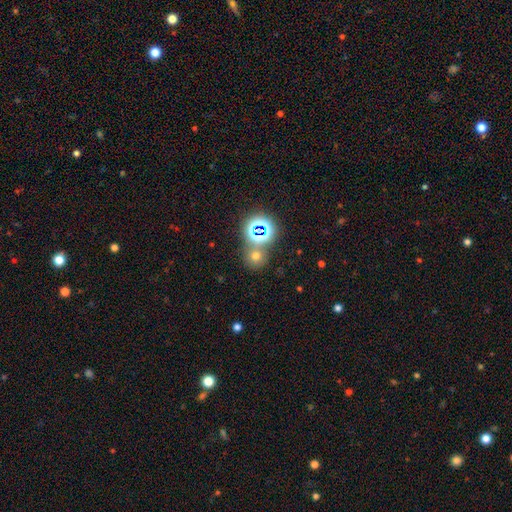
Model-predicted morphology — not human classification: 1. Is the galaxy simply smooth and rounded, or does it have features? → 58% smooth, 33% star or artifact, 9% featured or disk.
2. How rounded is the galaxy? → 87% round, 12% in between, 1% cigar-shaped.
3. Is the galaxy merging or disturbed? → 64% none, 25% merger, 7% minor disturbance, 4% major disturbance.